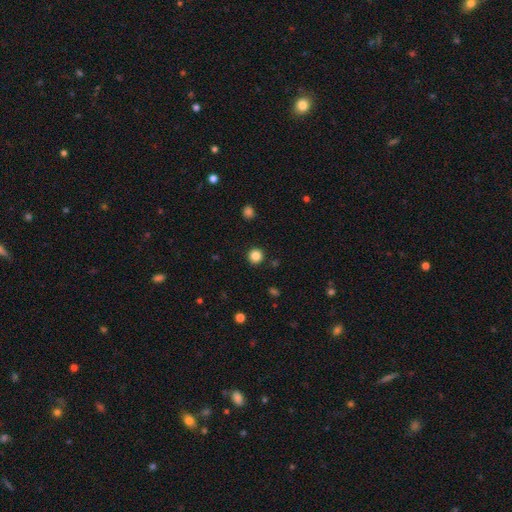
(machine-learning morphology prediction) Q: Smooth or featured?
A: smooth (85%); runner-up: star or artifact (11%)
Q: How rounded?
A: round (95%); runner-up: in between (4%)
Q: Merging?
A: none (92%); runner-up: minor disturbance (5%)